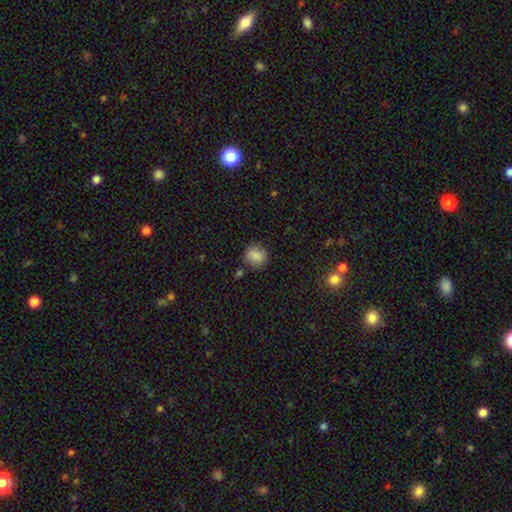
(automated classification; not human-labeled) smooth 86%, star or artifact 9%, featured or disk 5%. Down the decision tree: how rounded — round (84%); merging — none (80%).